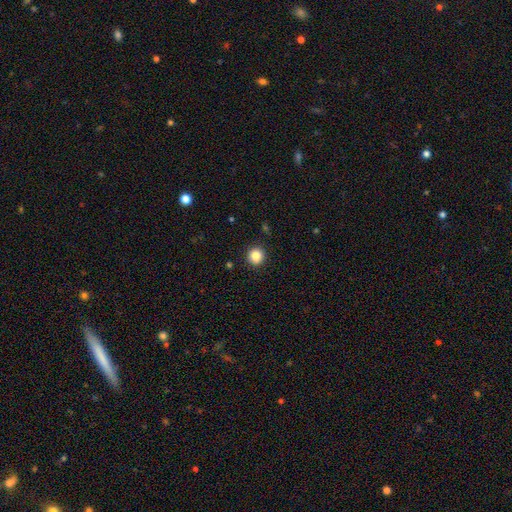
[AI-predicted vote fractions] This is clearly a smooth galaxy (86%). How rounded: clearly round (92%). Merging: clearly none (92%).